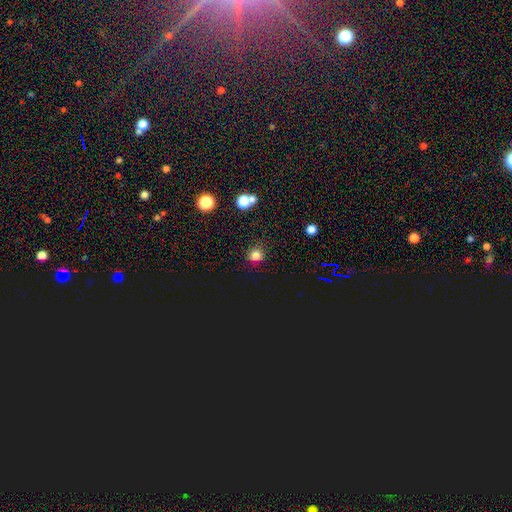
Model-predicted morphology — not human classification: Q: Smooth or featured?
A: smooth (77%); runner-up: star or artifact (19%)
Q: How rounded?
A: round (89%); runner-up: in between (10%)
Q: Merging?
A: none (84%); runner-up: minor disturbance (10%)